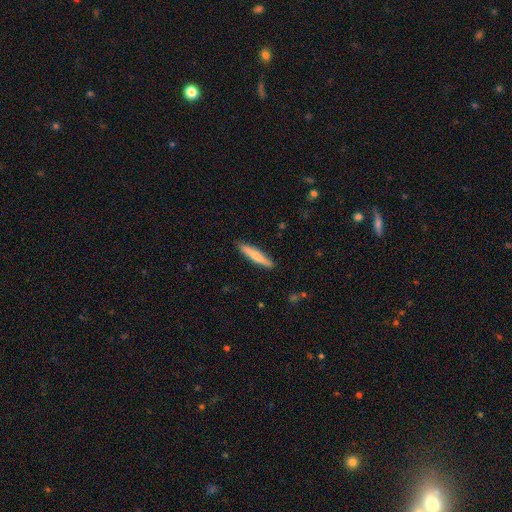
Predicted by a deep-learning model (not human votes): Smooth or featured? smooth (67%)
How rounded? cigar-shaped (90%)
Merging? none (89%)